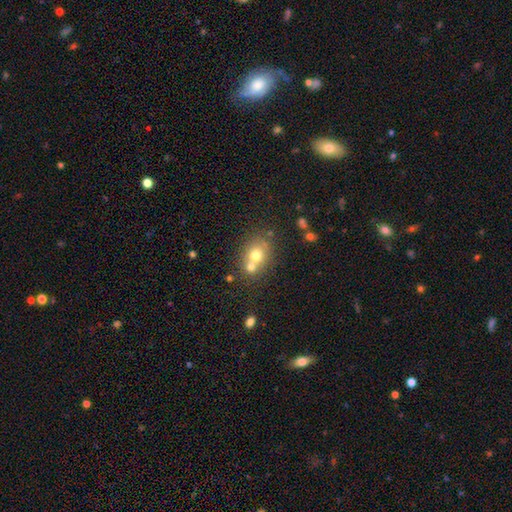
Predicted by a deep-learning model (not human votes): smooth 69%, featured or disk 18%, star or artifact 13%. Down the decision tree: how rounded — round (67%); merging — none (44%, tied with merger).